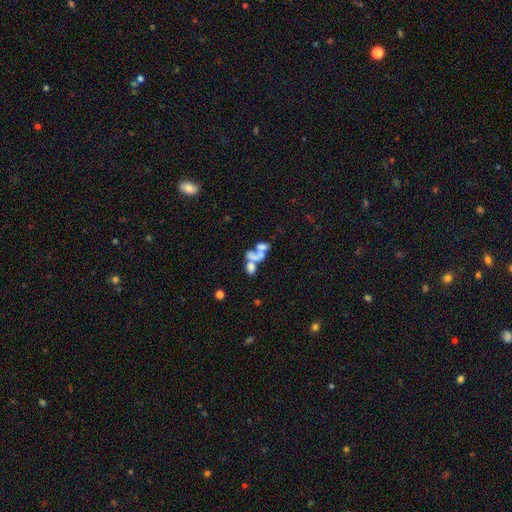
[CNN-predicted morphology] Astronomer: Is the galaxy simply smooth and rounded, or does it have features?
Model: smooth — 46% (runner-up: featured or disk, 39%).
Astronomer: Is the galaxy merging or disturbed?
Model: merger — 64%.